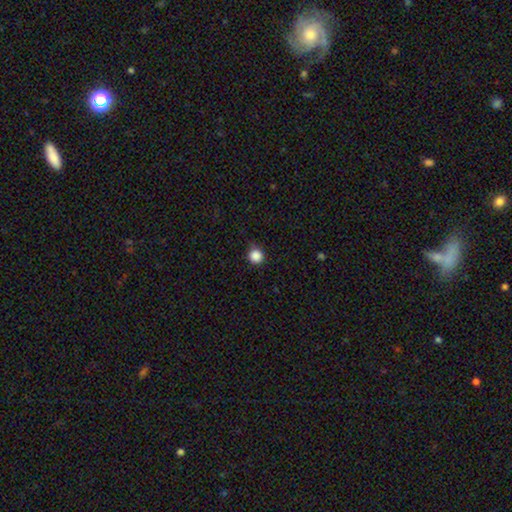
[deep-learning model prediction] A smooth galaxy with no disk features (87%) that is round (94%).

Vote fractions:
- Smooth or featured? smooth: 87% / star or artifact: 11% / featured or disk: 3%
- How rounded? round: 94% / in between: 5% / cigar-shaped: 1%
- Merging? none: 86% / minor disturbance: 11% / major disturbance: 2% / merger: 1%